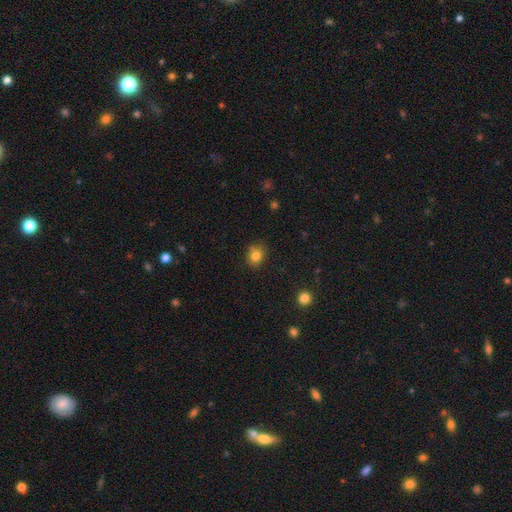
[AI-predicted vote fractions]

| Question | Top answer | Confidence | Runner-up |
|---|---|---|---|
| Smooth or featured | smooth | 81% | star or artifact (12%) |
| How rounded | round | 59% | in between (40%) |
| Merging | none | 81% | minor disturbance (14%) |